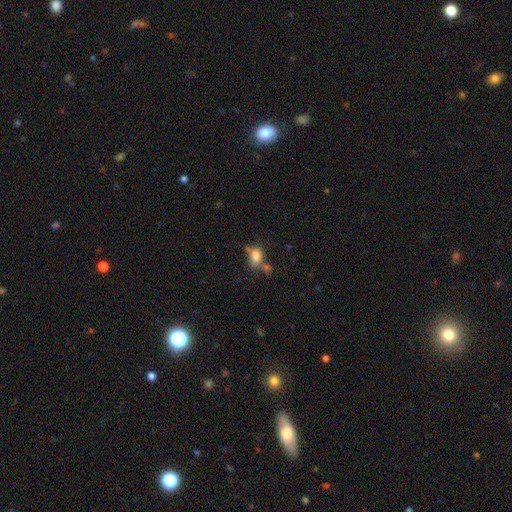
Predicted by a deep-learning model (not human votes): Smooth or featured? smooth (78%)
How rounded? in between (73%)
Merging? none (41%)